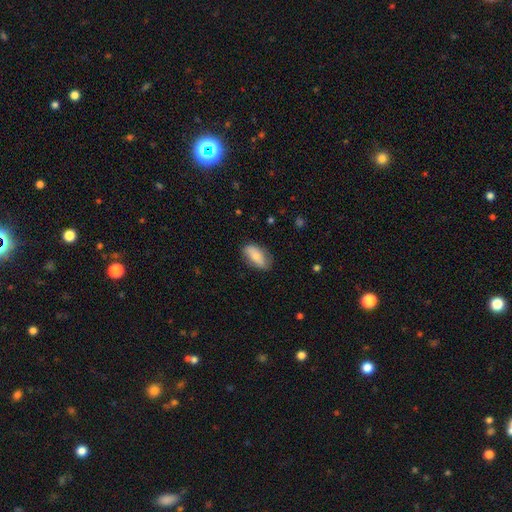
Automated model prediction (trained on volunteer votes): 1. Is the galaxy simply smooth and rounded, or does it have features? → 73% smooth, 20% featured or disk, 6% star or artifact.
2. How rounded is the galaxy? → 86% in between, 10% cigar-shaped, 3% round.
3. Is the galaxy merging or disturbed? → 78% none, 17% minor disturbance, 4% major disturbance, 1% merger.